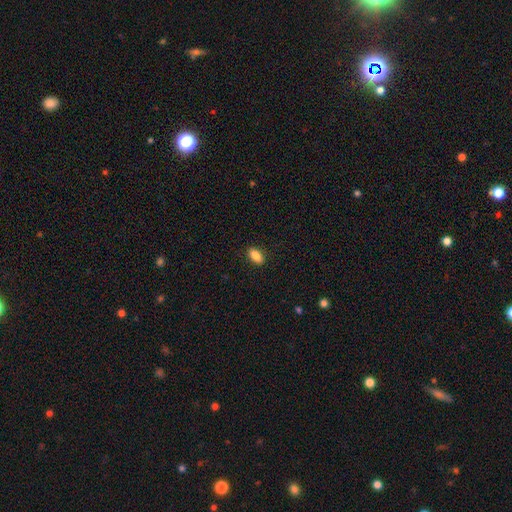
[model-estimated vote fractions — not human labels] A smooth galaxy with no disk features (87%) that is in between round and cigar-shaped (88%). Merging: none (89%).